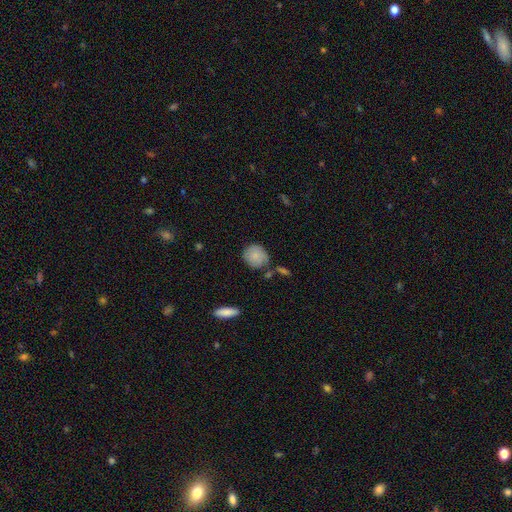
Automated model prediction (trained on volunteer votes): This appears to be a smooth galaxy with no disk features (83%) that is round (78%). Merging: none (66%).